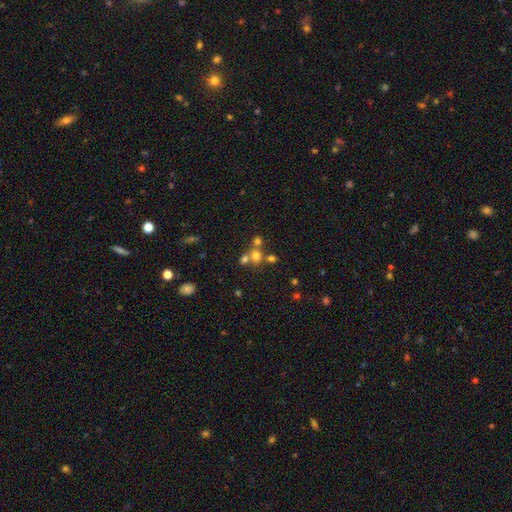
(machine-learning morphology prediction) type=smooth (63%); roundness=round (83%); merging=none (46%).